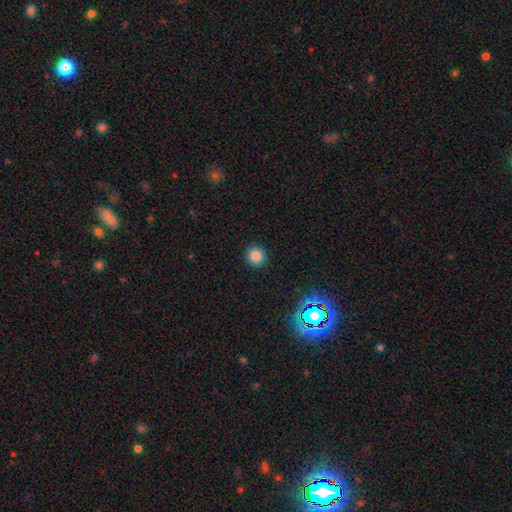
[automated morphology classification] smooth 84%, star or artifact 12%, featured or disk 4%. Down the decision tree: how rounded — round (90%); merging — none (91%).